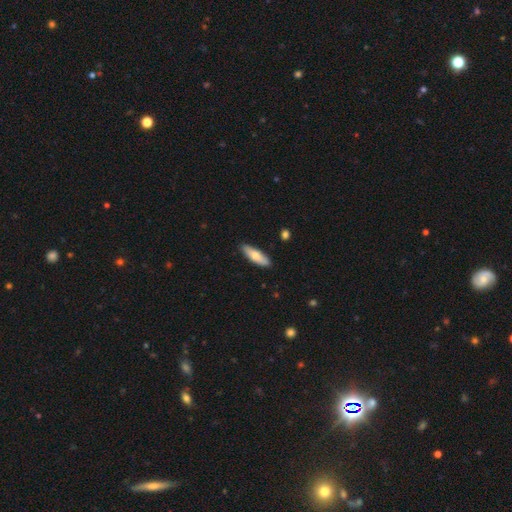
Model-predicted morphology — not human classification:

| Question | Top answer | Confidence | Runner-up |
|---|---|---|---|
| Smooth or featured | smooth | 73% | featured or disk (21%) |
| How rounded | cigar-shaped | 51% | in between (47%) |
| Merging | none | 88% | minor disturbance (9%) |